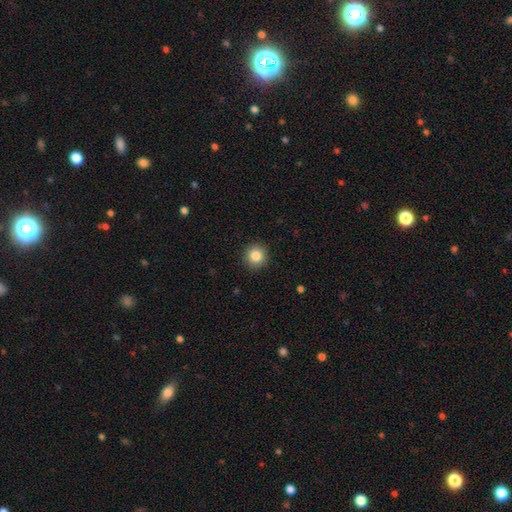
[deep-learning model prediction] A smooth galaxy with no disk features (86%) that is round (94%).

Vote fractions:
- Smooth or featured? smooth: 86% / star or artifact: 10% / featured or disk: 5%
- How rounded? round: 94% / in between: 5% / cigar-shaped: 1%
- Merging? none: 91% / minor disturbance: 6% / major disturbance: 2% / merger: 1%